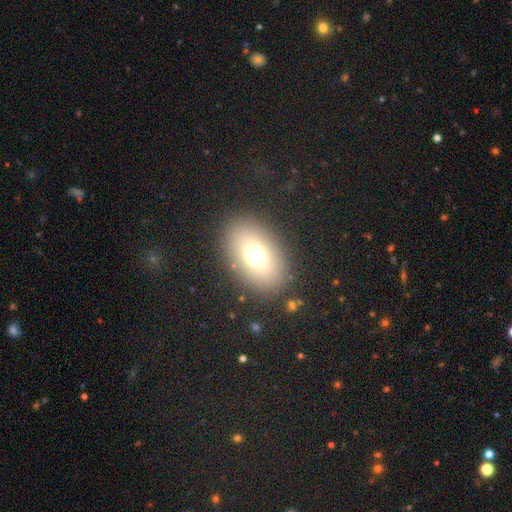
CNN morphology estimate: A smooth galaxy with no disk features (68%) that is in between round and cigar-shaped (74%).

Vote fractions:
- Smooth or featured? smooth: 68% / star or artifact: 17% / featured or disk: 15%
- How rounded? in between: 74% / round: 25% / cigar-shaped: 2%
- Merging? none: 85% / minor disturbance: 8% / major disturbance: 5% / merger: 2%